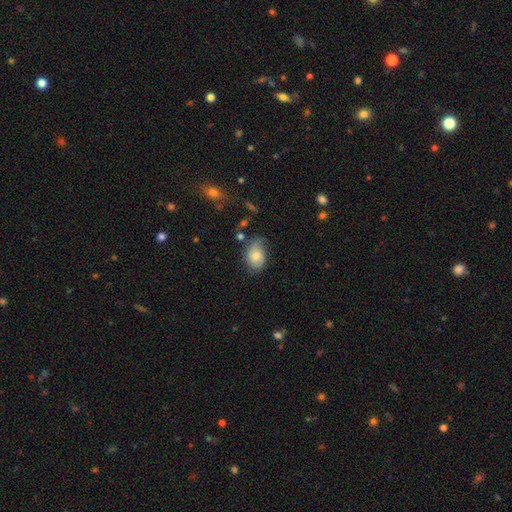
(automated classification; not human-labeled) Smooth or featured? smooth (61%)
How rounded? in between (80%)
Merging? none (46%)